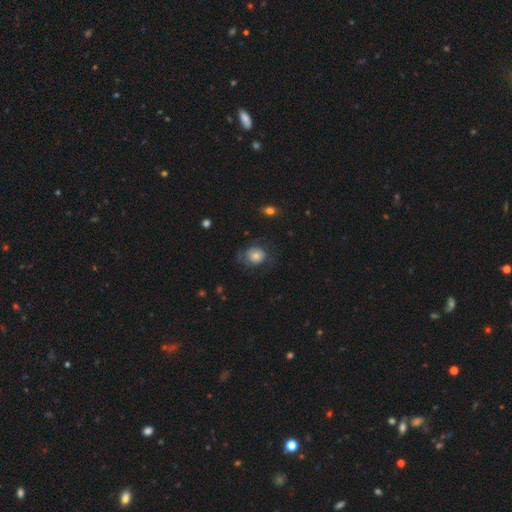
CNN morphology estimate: The model was most divided on "smooth or featured" (2-way tie): smooth: 45%, featured or disk: 45%, star or artifact: 9%. More confident: merging — none (61%).